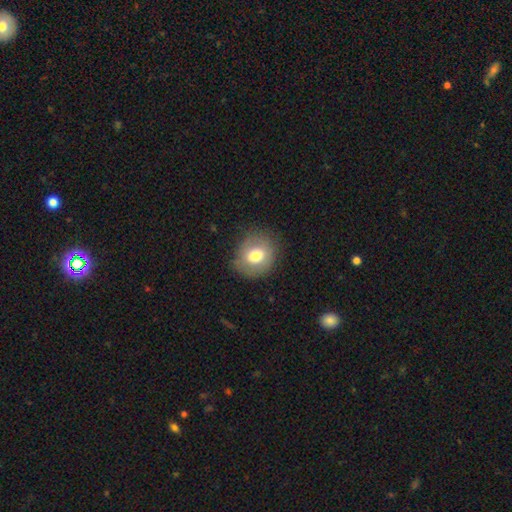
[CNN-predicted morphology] Smooth or featured: smooth — 70% (featured or disk — 21%)
How rounded: round — 69% (in between — 30%)
Merging: none — 78% (minor disturbance — 15%)